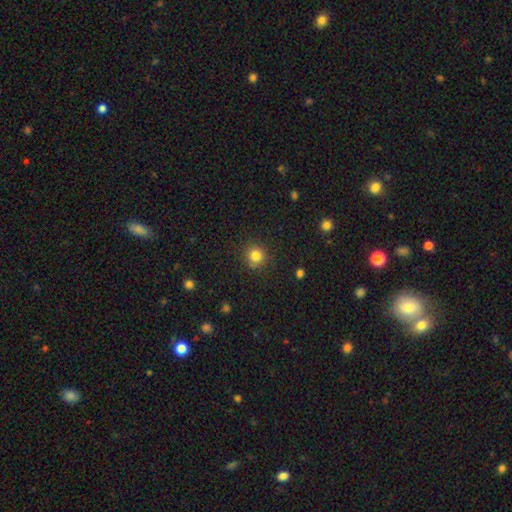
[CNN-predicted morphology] This is clearly a smooth galaxy (83%). How rounded: clearly round (92%). Merging: clearly none (87%).